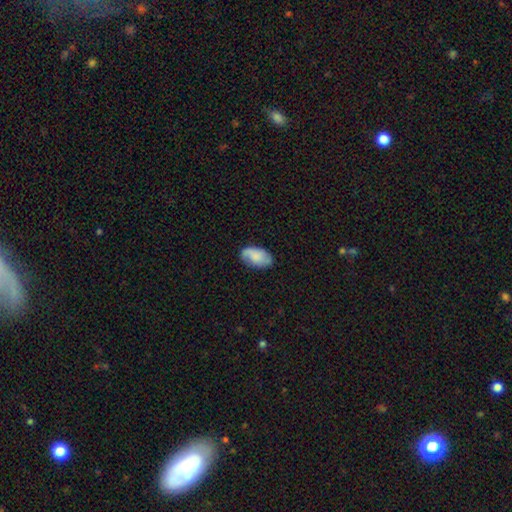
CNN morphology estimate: The model was most divided on "smooth or featured": smooth: 66%, featured or disk: 27%, star or artifact: 7%. More confident: how rounded — in between (93%); merging — none (75%).